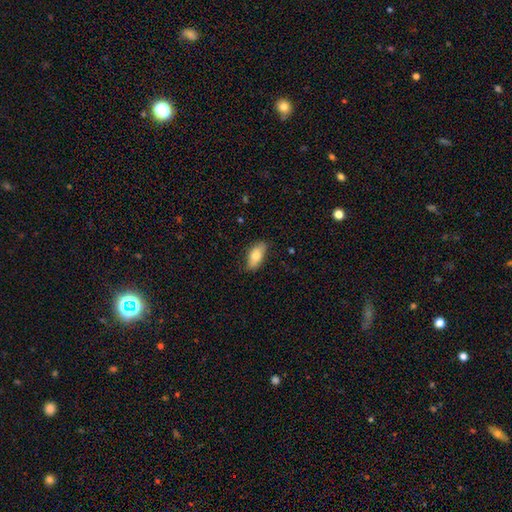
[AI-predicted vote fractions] Overall: smooth (76%). How rounded: in between (86%). Merging: none (81%).